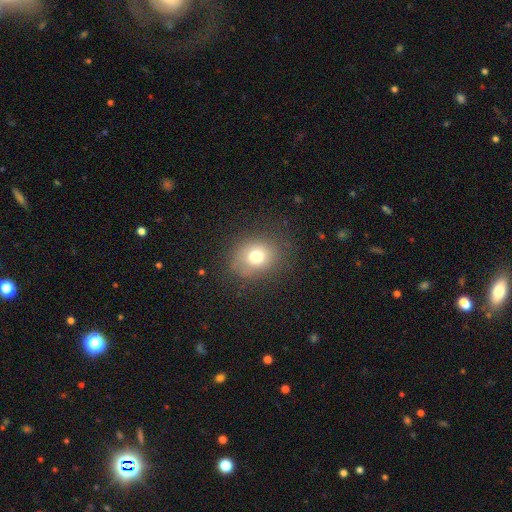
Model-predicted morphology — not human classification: type=smooth (73%); roundness=round (61%); merging=none (77%).